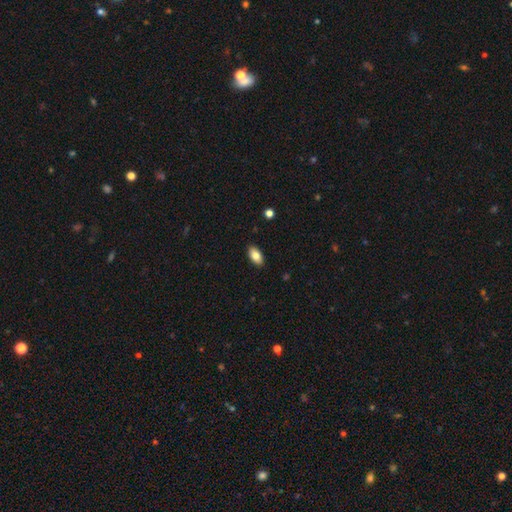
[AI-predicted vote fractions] Smooth or featured? smooth (83%)
How rounded? in between (93%)
Merging? none (89%)